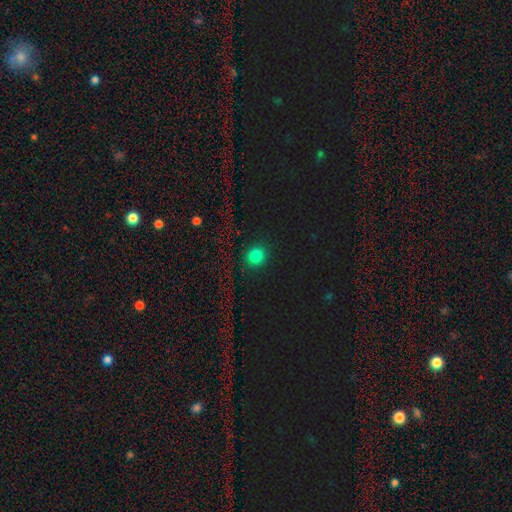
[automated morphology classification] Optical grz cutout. It shows a smooth galaxy with no disk features (78%) that is round (85%). Merging: none (89%).